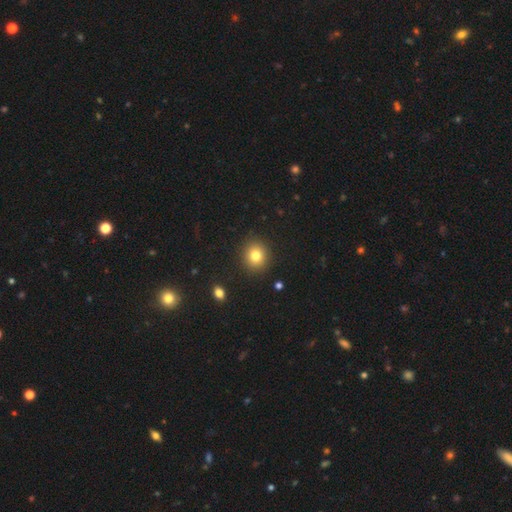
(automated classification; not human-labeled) Overall: smooth (81%). How rounded: round (84%). Merging: none (91%).